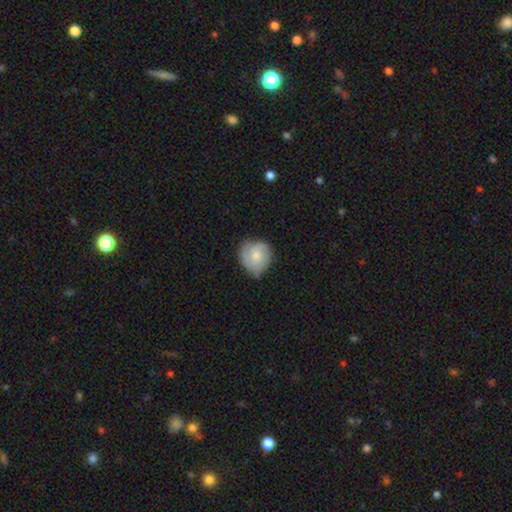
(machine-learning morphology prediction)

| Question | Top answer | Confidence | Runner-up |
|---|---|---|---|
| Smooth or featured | smooth | 51% | featured or disk (43%) |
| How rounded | round | 81% | in between (18%) |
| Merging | none | 58% | minor disturbance (32%) |